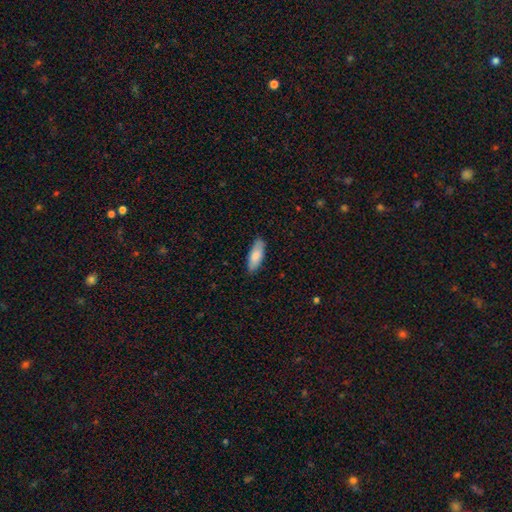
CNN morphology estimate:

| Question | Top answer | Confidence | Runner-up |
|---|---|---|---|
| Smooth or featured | smooth | 83% | featured or disk (11%) |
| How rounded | in between | 73% | cigar-shaped (25%) |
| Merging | none | 85% | minor disturbance (12%) |